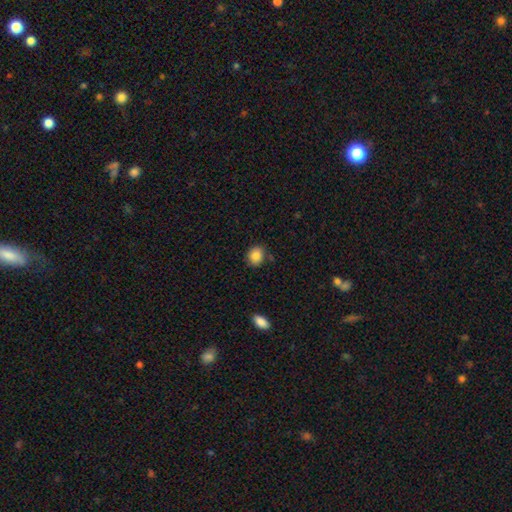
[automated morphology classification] Overall: smooth (87%). How rounded: round (56%; in between 43%). Merging: none (81%).